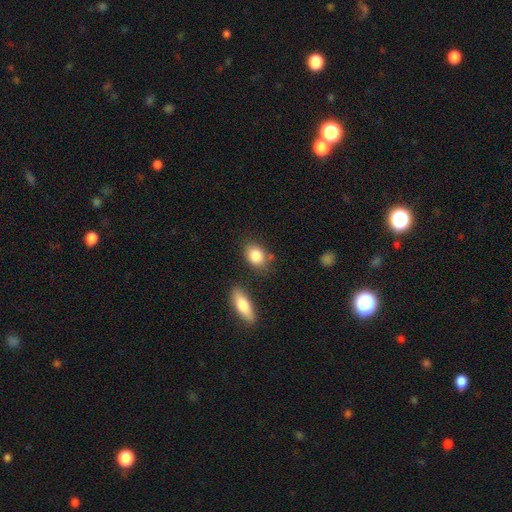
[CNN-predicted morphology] A smooth galaxy with no disk features (85%) that is in between round and cigar-shaped (70%). Merging: none (73%).